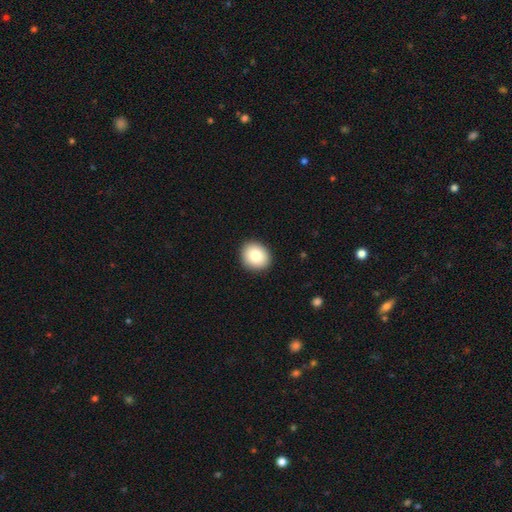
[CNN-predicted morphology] type=smooth (82%); roundness=round (74%); merging=none (91%).